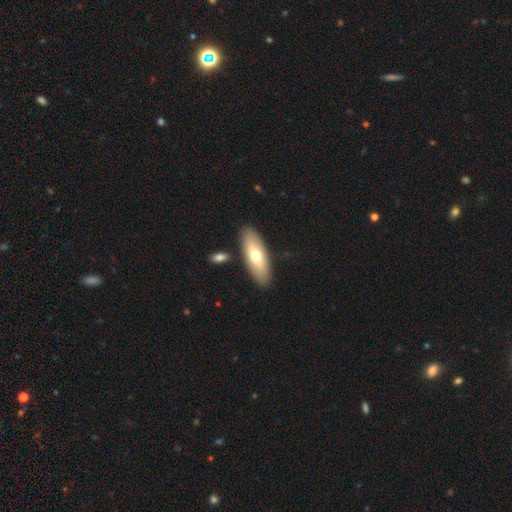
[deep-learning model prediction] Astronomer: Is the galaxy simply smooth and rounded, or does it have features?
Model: smooth — 62%.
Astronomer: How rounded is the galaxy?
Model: in between — 73%.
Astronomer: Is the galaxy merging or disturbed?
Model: none — 84%.